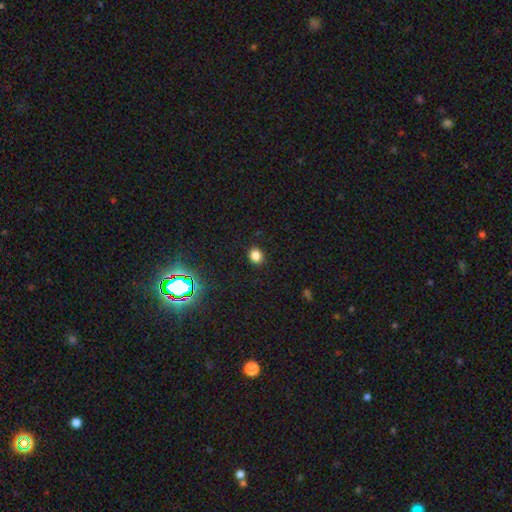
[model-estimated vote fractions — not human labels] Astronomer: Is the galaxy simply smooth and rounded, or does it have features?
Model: smooth — 80%.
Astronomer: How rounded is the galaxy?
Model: round — 64%.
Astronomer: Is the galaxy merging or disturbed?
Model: none — 88%.